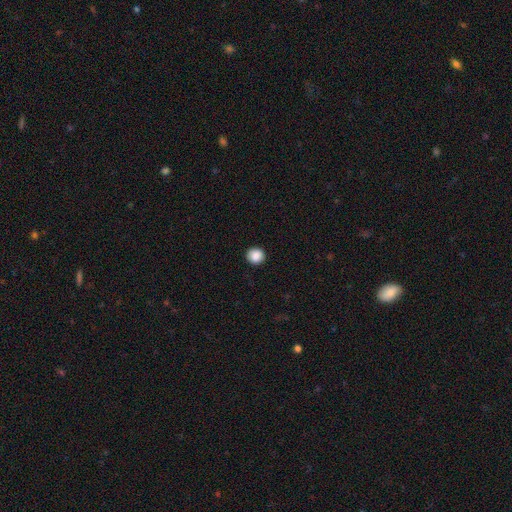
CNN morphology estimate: smooth-or-featured: smooth: 88% | star or artifact: 9% | featured or disk: 3%
  how-rounded: round: 93% | in between: 6% | cigar-shaped: 1%
  merging: none: 92% | minor disturbance: 6% | major disturbance: 2% | merger: 1%